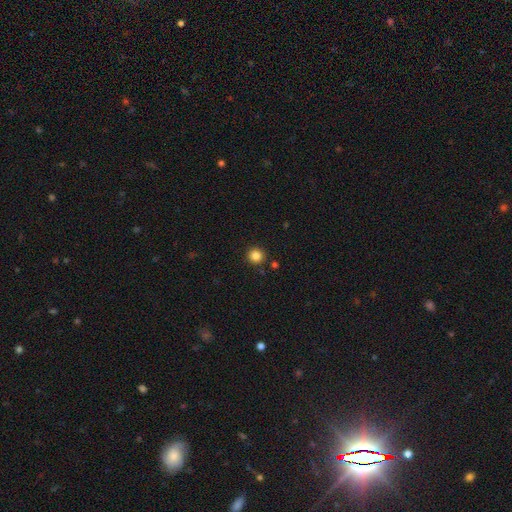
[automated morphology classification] Q: Smooth or featured?
A: smooth (84%); runner-up: star or artifact (12%)
Q: How rounded?
A: round (95%); runner-up: in between (4%)
Q: Merging?
A: none (91%); runner-up: minor disturbance (5%)